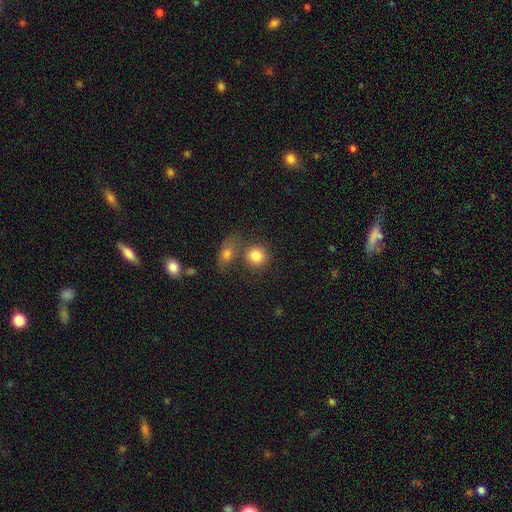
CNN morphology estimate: Smooth or featured?
  - smooth: 83% *
  - star or artifact: 9%
  - featured or disk: 8%
How rounded?
  - round: 81% *
  - in between: 18%
  - cigar-shaped: 1%
Merging?
  - none: 56% *
  - merger: 29%
  - minor disturbance: 10%
  - major disturbance: 5%